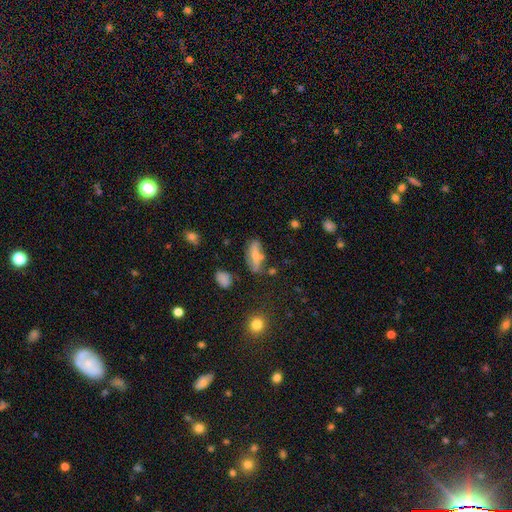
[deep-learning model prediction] A smooth galaxy with no disk features (54%) that is in between round and cigar-shaped (71%). Merging: none (57%).